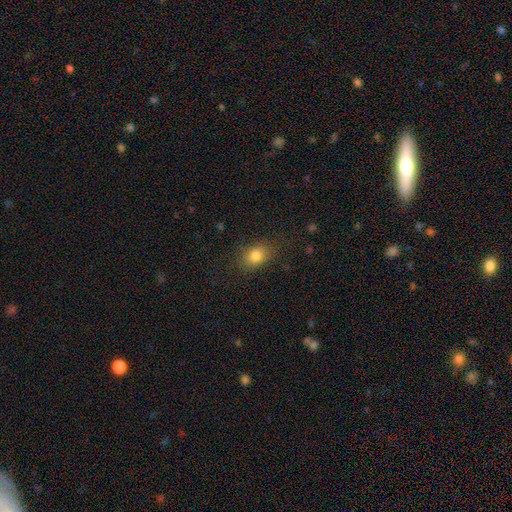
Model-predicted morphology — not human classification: Smooth or featured?
  - smooth: 82% *
  - star or artifact: 11%
  - featured or disk: 7%
How rounded?
  - in between: 67% *
  - round: 31%
  - cigar-shaped: 2%
Merging?
  - none: 82% *
  - minor disturbance: 13%
  - major disturbance: 4%
  - merger: 1%